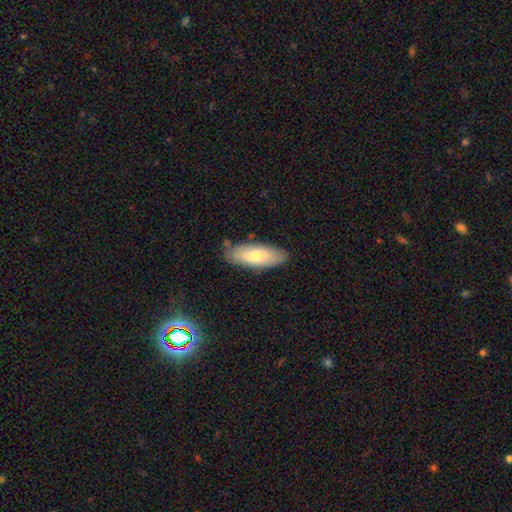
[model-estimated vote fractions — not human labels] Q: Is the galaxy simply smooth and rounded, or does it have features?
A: smooth — 68%.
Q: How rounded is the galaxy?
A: in between — 70%.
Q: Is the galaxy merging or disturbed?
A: none — 81%.